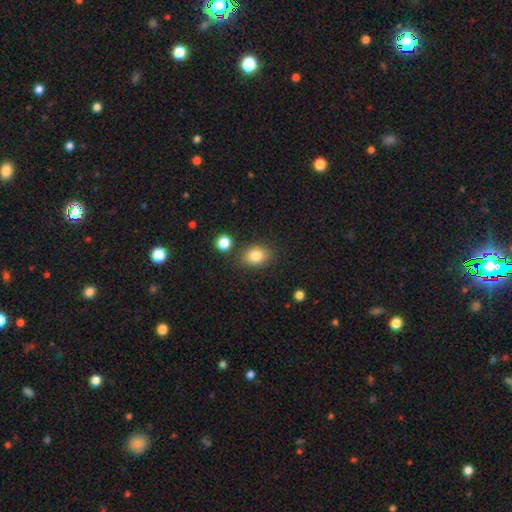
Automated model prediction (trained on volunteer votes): Morphology: type=smooth (83%); roundness=in between (66%); merging=none (80%).